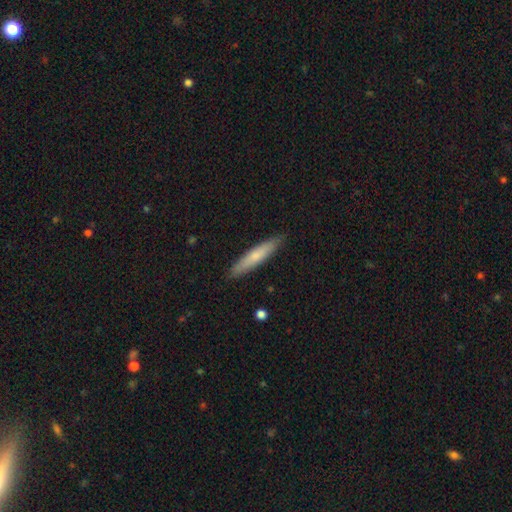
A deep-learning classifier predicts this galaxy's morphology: This appears to be a smooth galaxy with no disk features (67%) that is cigar-shaped (90%). Merging: none (89%).